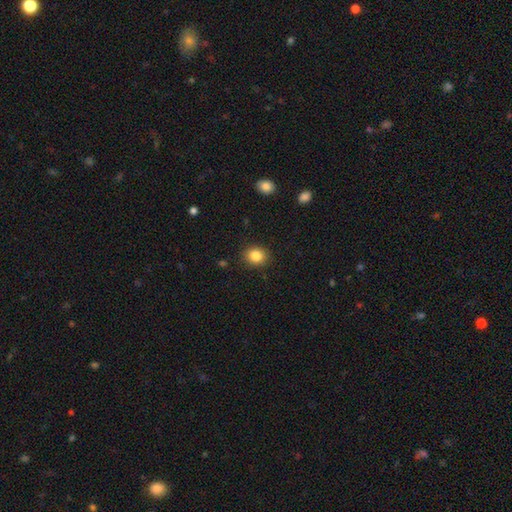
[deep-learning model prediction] Smooth or featured: smooth — 85% (star or artifact — 10%)
How rounded: round — 68% (in between — 31%)
Merging: none — 89% (minor disturbance — 8%)